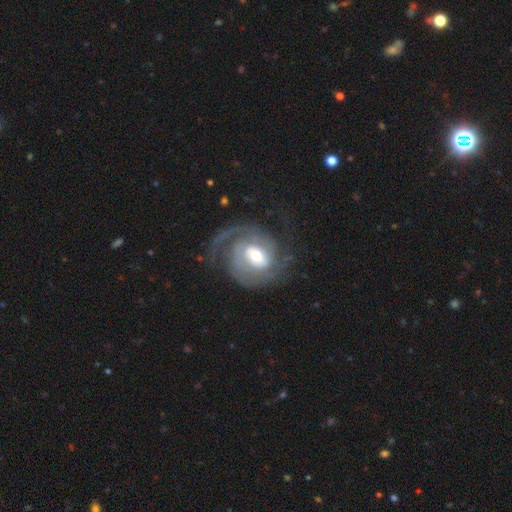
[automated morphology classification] This is clearly a featured or disk galaxy (82%). It is clearly not viewed edge-on (97%). Bar: possibly no (53%). Spiral arm pattern: clearly yes (91%). Spiral arm count: marginally 2 (44%). Spiral winding: possibly tight (46%). Central bulge: likely moderate (66%). Merging: possibly none (56%).